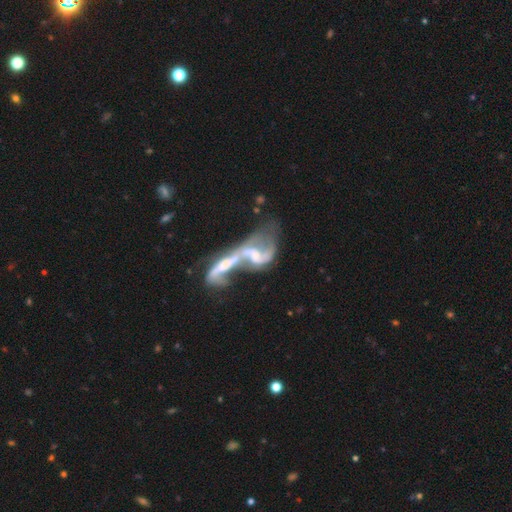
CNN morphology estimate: Smooth or featured?
  - featured or disk: 76% *
  - smooth: 17%
  - star or artifact: 8%
Edge-on disk?
  - no: 94% *
  - yes: 6%
Bar?
  - no: 52% *
  - weak: 33%
  - strong: 15%
Spiral arms?
  - yes: 75% *
  - no: 25%
Spiral winding?
  - loose: 71% *
  - medium: 22%
  - tight: 7%
Spiral arm count?
  - 2: 71% *
  - can't tell: 13%
  - 1: 11%
  - 3: 2%
  - 4: 1%
  - more than 4: 1%
Bulge size?
  - small: 36% *
  - moderate: 30%
  - none: 28%
  - large: 5%
  - dominant: 2%
Merging?
  - merger: 78% *
  - major disturbance: 11%
  - none: 7%
  - minor disturbance: 4%